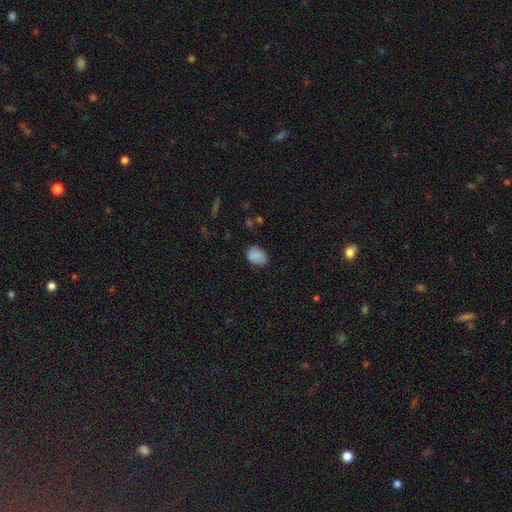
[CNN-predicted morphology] A smooth galaxy with no disk features (84%) that is in between round and cigar-shaped (78%).

Vote fractions:
- Smooth or featured? smooth: 84% / star or artifact: 9% / featured or disk: 7%
- How rounded? in between: 78% / round: 21% / cigar-shaped: 1%
- Merging? none: 75% / minor disturbance: 19% / major disturbance: 4% / merger: 2%